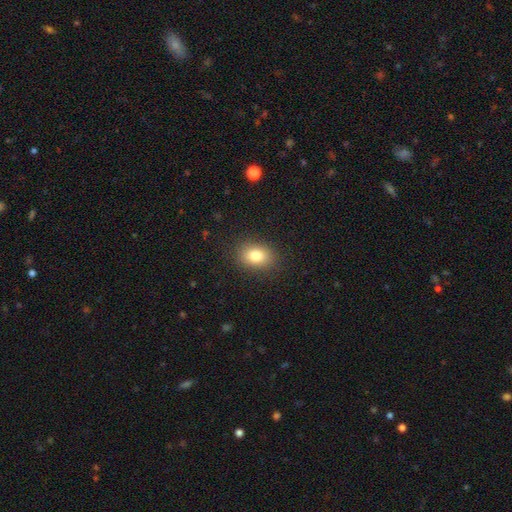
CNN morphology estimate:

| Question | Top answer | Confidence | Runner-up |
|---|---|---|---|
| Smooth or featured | smooth | 80% | star or artifact (11%) |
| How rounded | in between | 63% | round (36%) |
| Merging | none | 88% | minor disturbance (9%) |